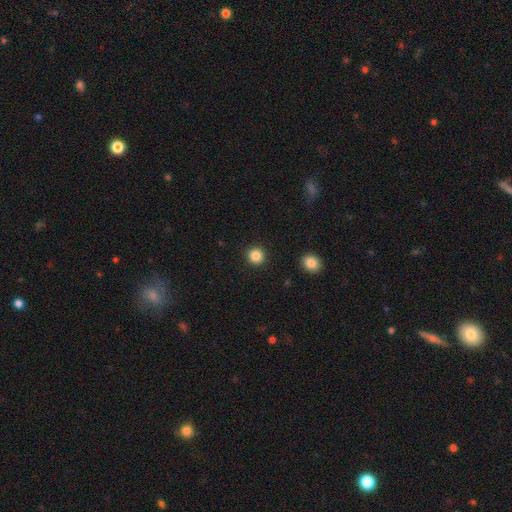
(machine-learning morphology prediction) This is clearly a smooth galaxy (86%). How rounded: clearly round (94%). Merging: clearly none (93%).